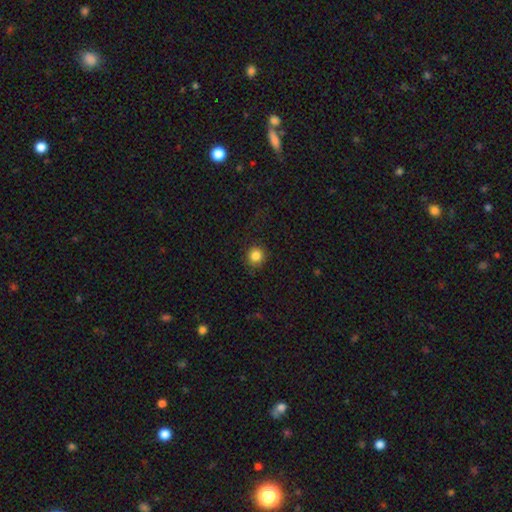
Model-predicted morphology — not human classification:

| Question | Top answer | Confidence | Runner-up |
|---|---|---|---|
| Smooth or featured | smooth | 85% | star or artifact (11%) |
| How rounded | round | 91% | in between (8%) |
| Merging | none | 85% | minor disturbance (11%) |